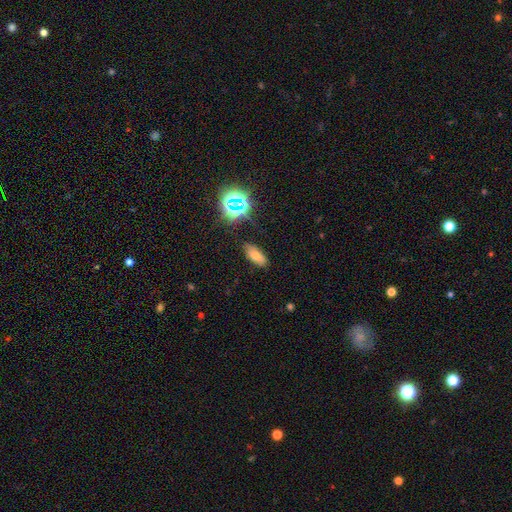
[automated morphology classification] A smooth galaxy with no disk features (62%) that is in between round and cigar-shaped (79%).

Vote fractions:
- Smooth or featured? smooth: 62% / star or artifact: 23% / featured or disk: 14%
- How rounded? in between: 79% / cigar-shaped: 15% / round: 5%
- Merging? none: 85% / minor disturbance: 11% / major disturbance: 3% / merger: 2%